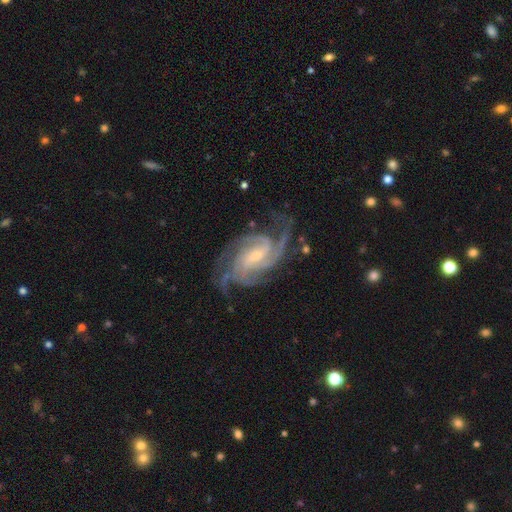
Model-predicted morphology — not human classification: Q: Smooth or featured?
A: featured or disk (92%); runner-up: star or artifact (5%)
Q: Edge-on disk?
A: no (97%); runner-up: yes (3%)
Q: Bar?
A: weak (44%); runner-up: no (38%)
Q: Spiral arms?
A: yes (98%); runner-up: no (2%)
Q: Spiral winding?
A: tight (51%); runner-up: medium (42%)
Q: Spiral arm count?
A: 3 (34%); runner-up: 4 (27%)
Q: Bulge size?
A: small (67%); runner-up: moderate (28%)
Q: Merging?
A: none (71%); runner-up: minor disturbance (18%)